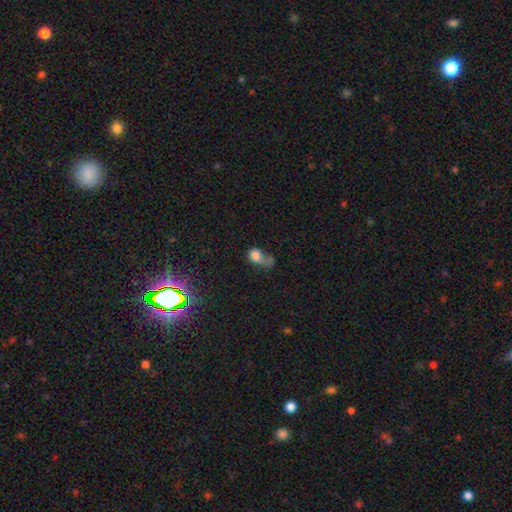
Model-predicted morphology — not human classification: The model was most divided on "how rounded": in between: 50%, round: 48%, cigar-shaped: 3%. Remaining: smooth or featured — smooth (69%); merging — major disturbance (41%).